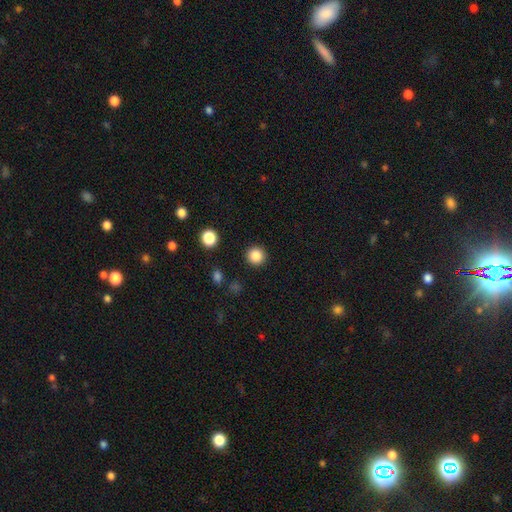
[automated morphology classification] Smooth or featured? Predicted: smooth (p=0.86). How rounded? Predicted: round (p=0.94). Merging? Predicted: none (p=0.92).